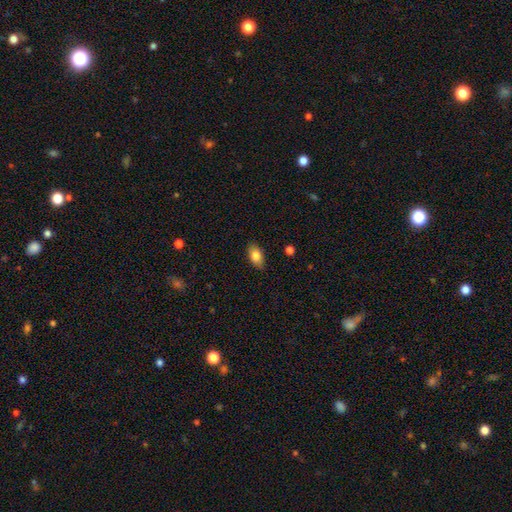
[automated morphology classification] The model was most divided on "smooth or featured": smooth: 81%, featured or disk: 11%, star or artifact: 7%. More confident: how rounded — in between (89%); merging — none (85%).